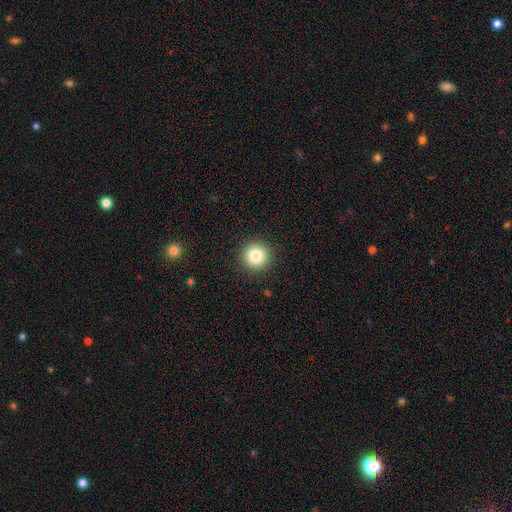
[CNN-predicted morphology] The model was most divided on "smooth or featured": smooth: 84%, star or artifact: 10%, featured or disk: 6%. More confident: how rounded — round (95%); merging — none (92%).